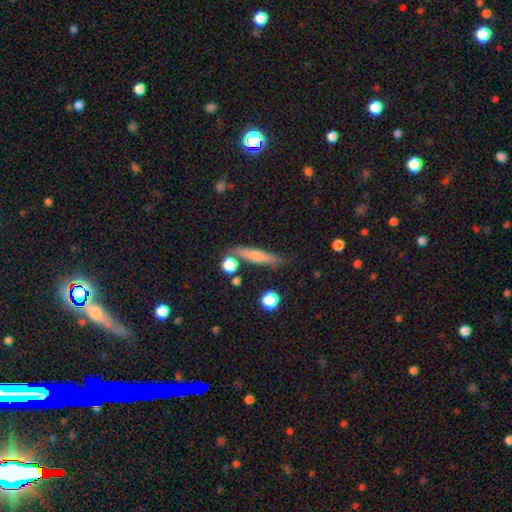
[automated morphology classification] Smooth or featured?
  - smooth: 52% *
  - featured or disk: 39%
  - star or artifact: 9%
How rounded?
  - cigar-shaped: 85% *
  - in between: 11%
  - round: 4%
Merging?
  - none: 78% *
  - minor disturbance: 13%
  - merger: 6%
  - major disturbance: 3%